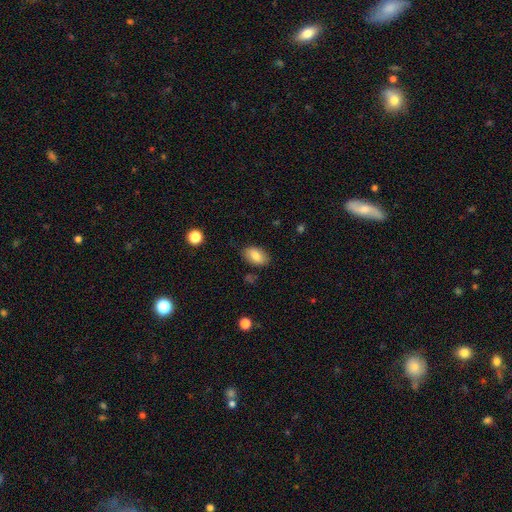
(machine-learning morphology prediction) smooth_or_featured: smooth (p=0.82) [alt: featured or disk p=0.11]
how_rounded: in between (p=0.92) [alt: round p=0.07]
merging: none (p=0.83) [alt: minor disturbance p=0.12]